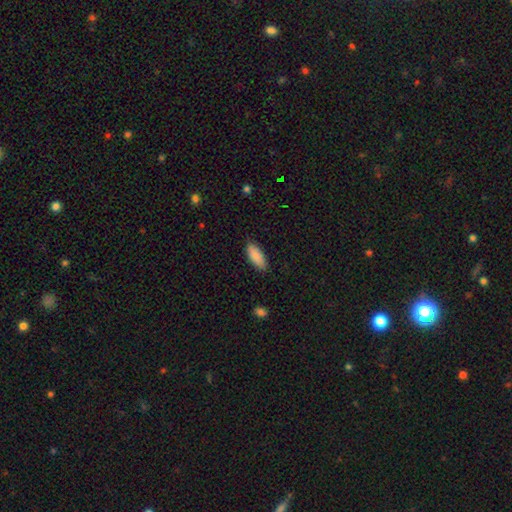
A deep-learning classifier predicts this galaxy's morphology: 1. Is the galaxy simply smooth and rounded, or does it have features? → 88% smooth, 6% star or artifact, 6% featured or disk.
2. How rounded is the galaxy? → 77% in between, 22% cigar-shaped, 2% round.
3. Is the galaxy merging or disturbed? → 86% none, 11% minor disturbance, 2% major disturbance, 1% merger.